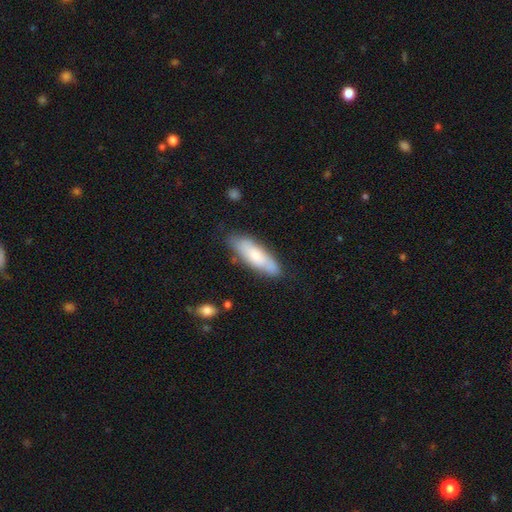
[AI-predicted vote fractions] Q: Smooth or featured?
A: smooth (65%); runner-up: featured or disk (29%)
Q: How rounded?
A: in between (50%); runner-up: cigar-shaped (48%)
Q: Merging?
A: none (76%); runner-up: minor disturbance (18%)